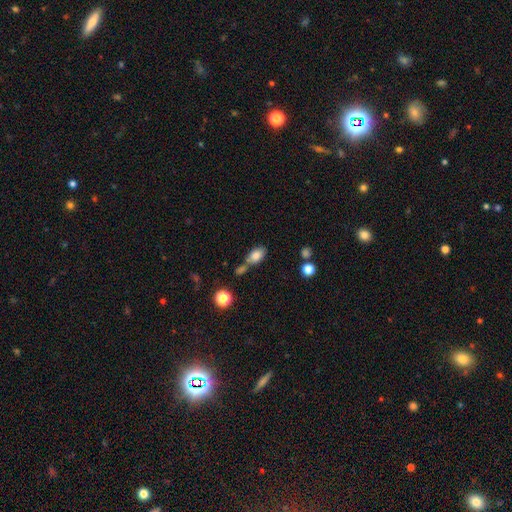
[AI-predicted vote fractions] Smooth or featured? smooth (82%)
How rounded? in between (87%)
Merging? none (49%)